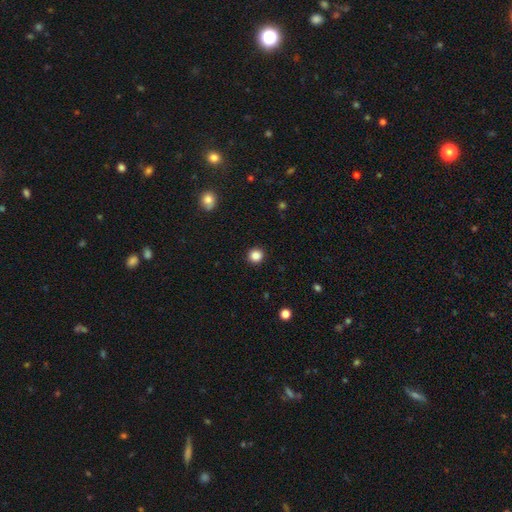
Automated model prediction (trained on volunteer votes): Q: Smooth or featured?
A: smooth (86%); runner-up: star or artifact (11%)
Q: How rounded?
A: round (94%); runner-up: in between (5%)
Q: Merging?
A: none (92%); runner-up: minor disturbance (5%)